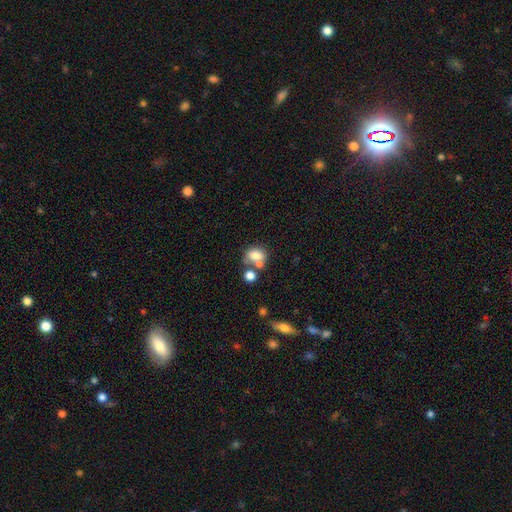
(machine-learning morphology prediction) This is likely a smooth galaxy (74%). How rounded: possibly in between (58%). Merging: marginally none (43%).